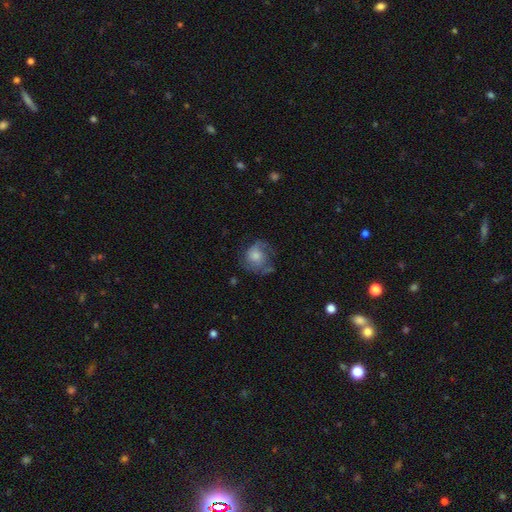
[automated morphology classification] A smooth galaxy with no disk features (48%).

Vote fractions:
- Smooth or featured? smooth: 48% / featured or disk: 44% / star or artifact: 8%
- Merging? none: 45% / minor disturbance: 27% / major disturbance: 25% / merger: 2%